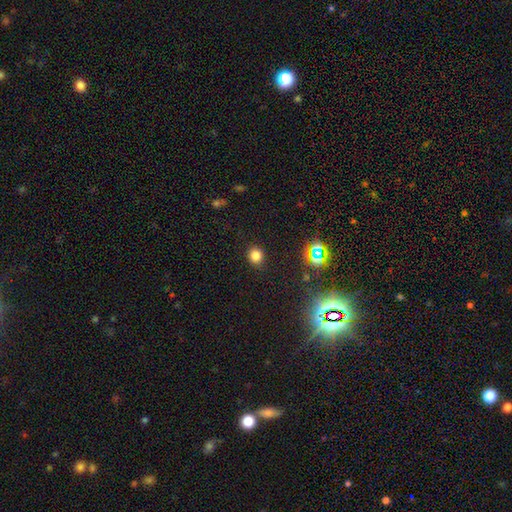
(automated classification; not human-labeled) smooth-or-featured: smooth: 78% | star or artifact: 17% | featured or disk: 5%
  how-rounded: round: 79% | in between: 20% | cigar-shaped: 1%
  merging: none: 89% | minor disturbance: 7% | major disturbance: 2% | merger: 1%